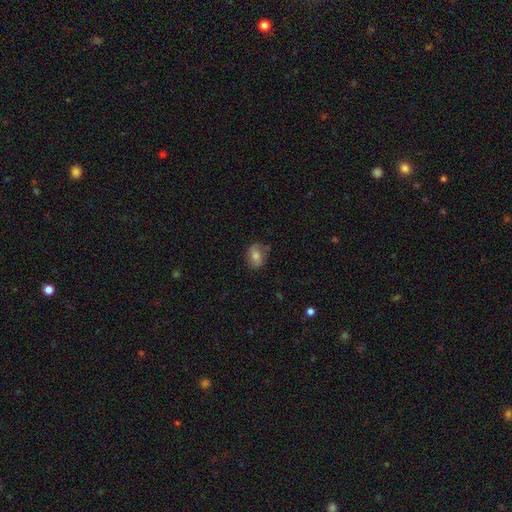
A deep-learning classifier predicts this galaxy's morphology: smooth_or_featured: smooth (p=0.70) [alt: featured or disk p=0.20]
how_rounded: in between (p=0.61) [alt: round p=0.37]
merging: none (p=0.69) [alt: minor disturbance p=0.23]